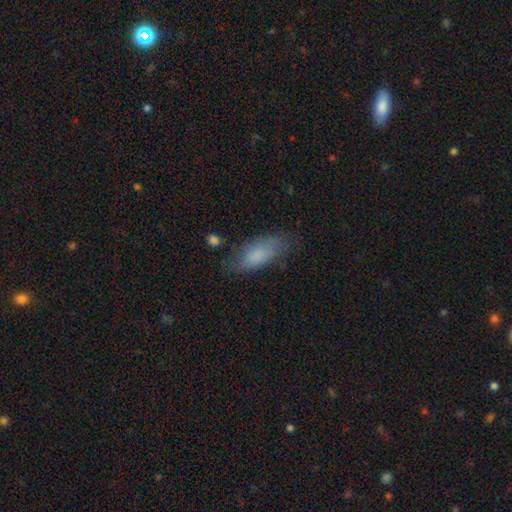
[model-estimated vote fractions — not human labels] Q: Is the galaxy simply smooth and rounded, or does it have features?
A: smooth — 76%.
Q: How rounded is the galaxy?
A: in between — 79%.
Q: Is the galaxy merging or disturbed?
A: none — 68%.